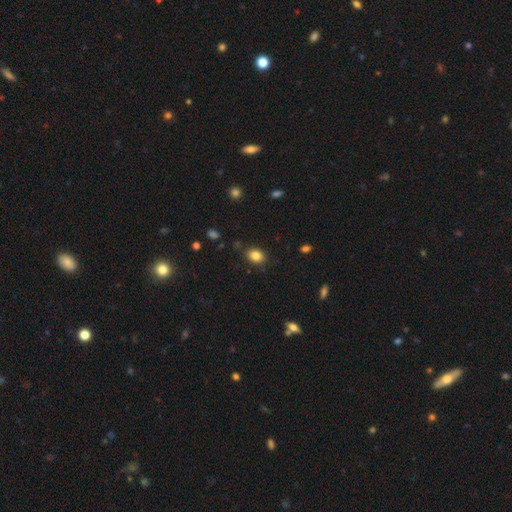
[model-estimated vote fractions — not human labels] Smooth or featured: smooth — 84% (star or artifact — 10%)
How rounded: in between — 66% (round — 33%)
Merging: none — 82% (minor disturbance — 13%)